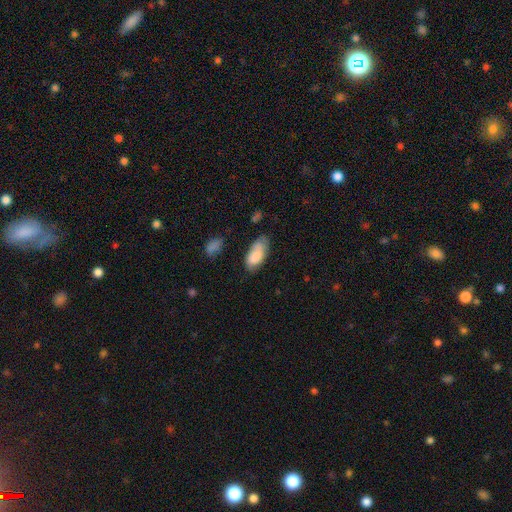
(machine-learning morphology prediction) Smooth or featured? smooth (80%)
How rounded? in between (90%)
Merging? none (53%)